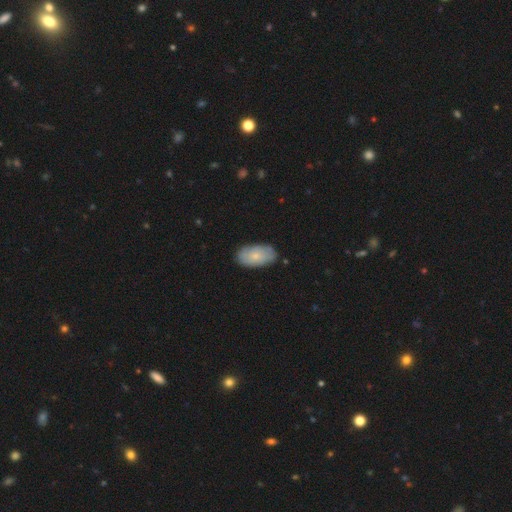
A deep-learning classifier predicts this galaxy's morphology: smooth_or_featured: smooth (p=0.68) [alt: featured or disk p=0.26]
how_rounded: in between (p=0.94) [alt: round p=0.04]
merging: none (p=0.80) [alt: minor disturbance p=0.15]